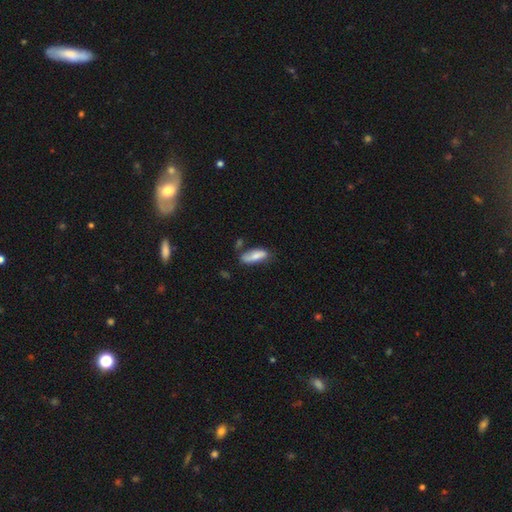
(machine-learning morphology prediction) Overall: smooth (73%). How rounded: in between (65%; cigar-shaped 33%). Merging: none (54%; minor disturbance 28%).